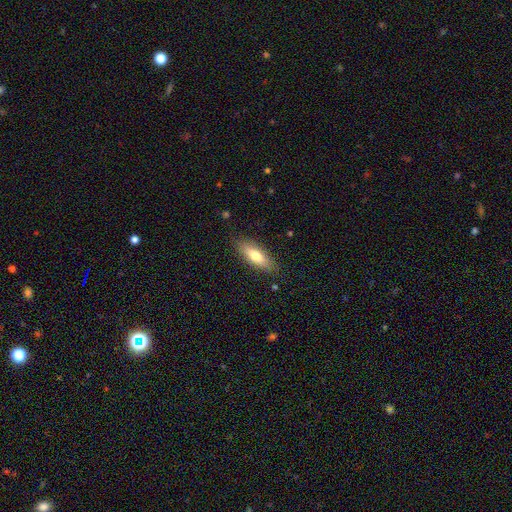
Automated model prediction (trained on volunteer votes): smooth 69%, featured or disk 25%, star or artifact 6%. Down the decision tree: how rounded — in between (57%); merging — none (84%).